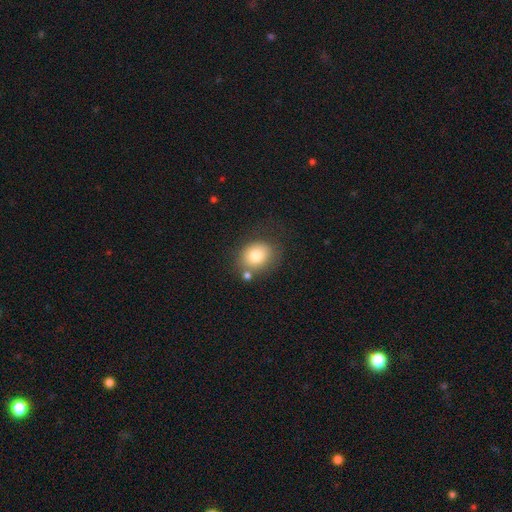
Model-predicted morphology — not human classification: Overall: smooth (79%). How rounded: round (52%; in between 47%). Merging: none (64%).